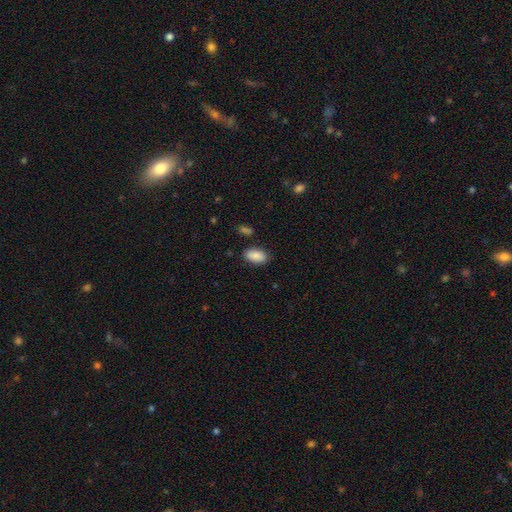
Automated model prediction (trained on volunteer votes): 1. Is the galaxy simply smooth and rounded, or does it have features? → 88% smooth, 7% star or artifact, 5% featured or disk.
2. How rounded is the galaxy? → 93% in between, 5% round, 2% cigar-shaped.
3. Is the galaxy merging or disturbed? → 84% none, 11% minor disturbance, 3% major disturbance, 2% merger.